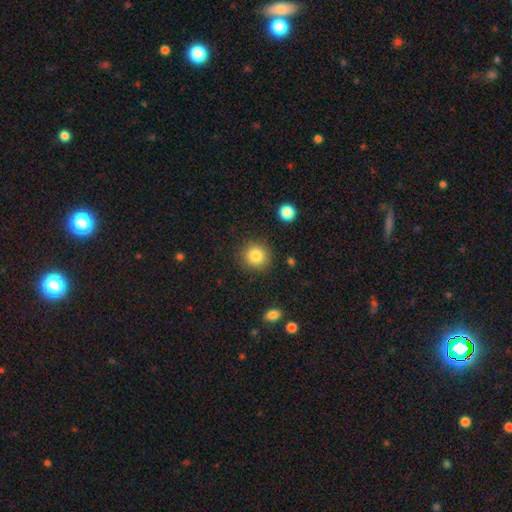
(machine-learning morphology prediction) smooth_or_featured: smooth (p=0.84) [alt: star or artifact p=0.10]
how_rounded: round (p=0.92) [alt: in between p=0.07]
merging: none (p=0.88) [alt: minor disturbance p=0.08]